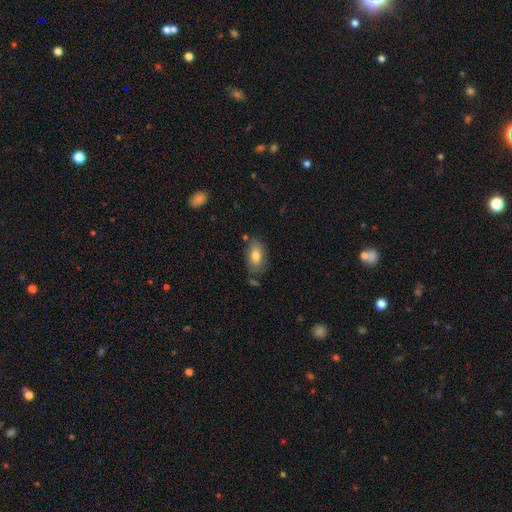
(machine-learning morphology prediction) This appears to be a smooth galaxy with no disk features (79%) that is in between round and cigar-shaped (91%). Merging: none (72%).